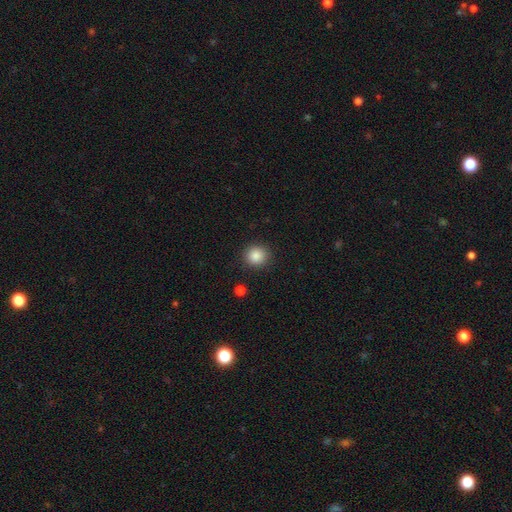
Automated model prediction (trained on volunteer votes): Smooth or featured: smooth — 87% (star or artifact — 9%)
How rounded: round — 91% (in between — 8%)
Merging: none — 90% (minor disturbance — 6%)